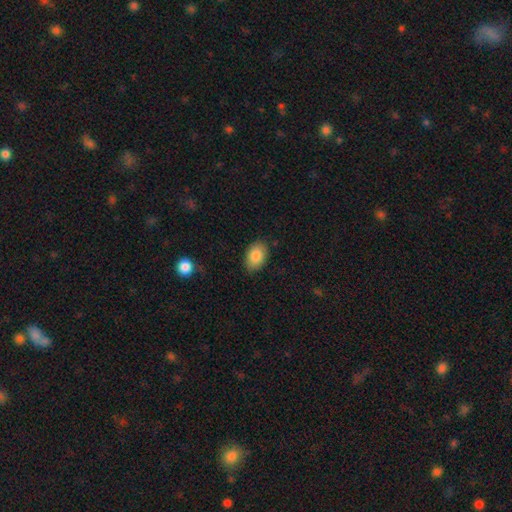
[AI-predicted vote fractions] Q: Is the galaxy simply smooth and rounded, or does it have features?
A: smooth — 85%.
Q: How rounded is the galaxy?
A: in between — 87%.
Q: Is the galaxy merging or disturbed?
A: none — 84%.